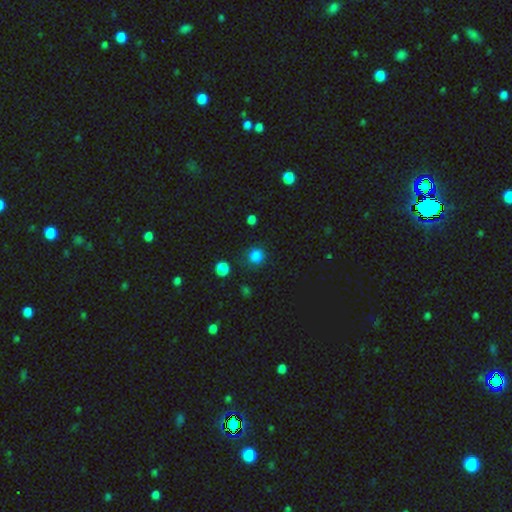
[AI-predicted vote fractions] A smooth galaxy with no disk features (82%) that is round (92%). Merging: none (83%).